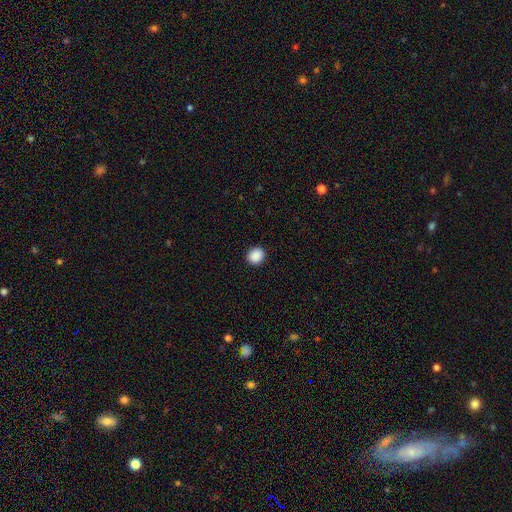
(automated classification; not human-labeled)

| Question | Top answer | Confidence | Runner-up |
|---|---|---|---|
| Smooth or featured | smooth | 89% | star or artifact (8%) |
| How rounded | round | 80% | in between (19%) |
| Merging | none | 92% | minor disturbance (6%) |